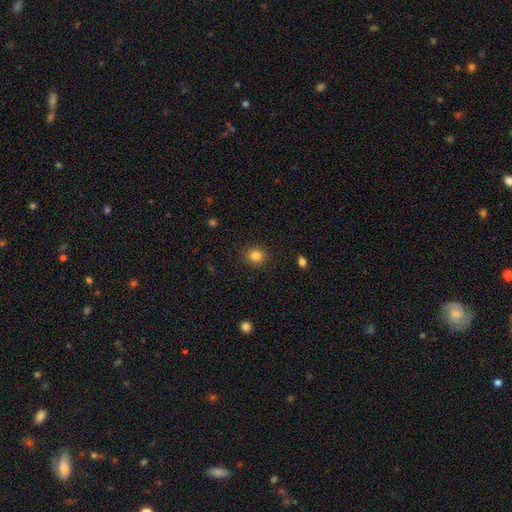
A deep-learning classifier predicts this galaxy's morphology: A smooth galaxy with no disk features (83%) that is round (84%). Merging: none (90%).